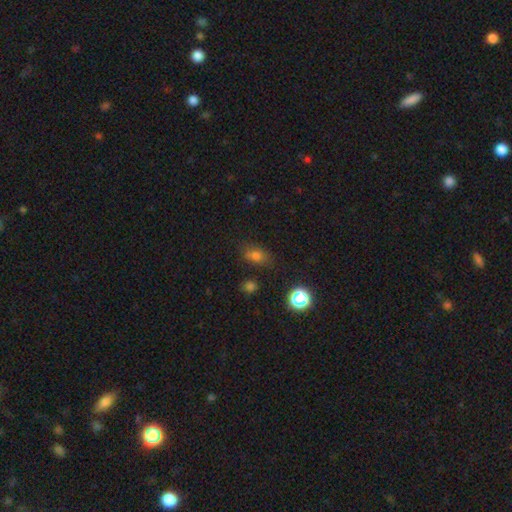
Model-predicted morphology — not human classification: Smooth or featured?
  - smooth: 74% *
  - star or artifact: 17%
  - featured or disk: 9%
How rounded?
  - in between: 76% *
  - round: 20%
  - cigar-shaped: 4%
Merging?
  - none: 76% *
  - minor disturbance: 16%
  - major disturbance: 4%
  - merger: 4%